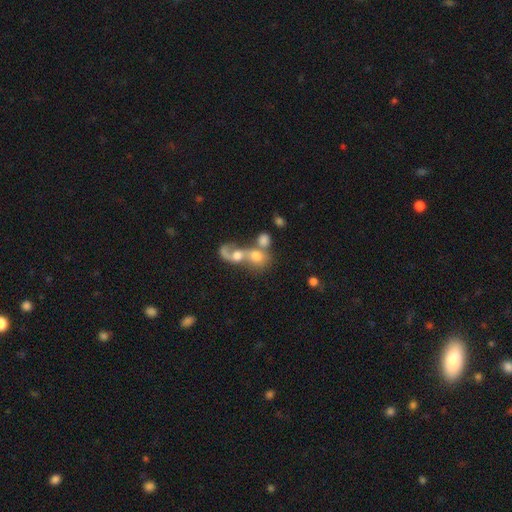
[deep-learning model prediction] Q: Smooth or featured?
A: smooth (49%); runner-up: featured or disk (38%)
Q: Merging?
A: merger (71%); runner-up: none (13%)